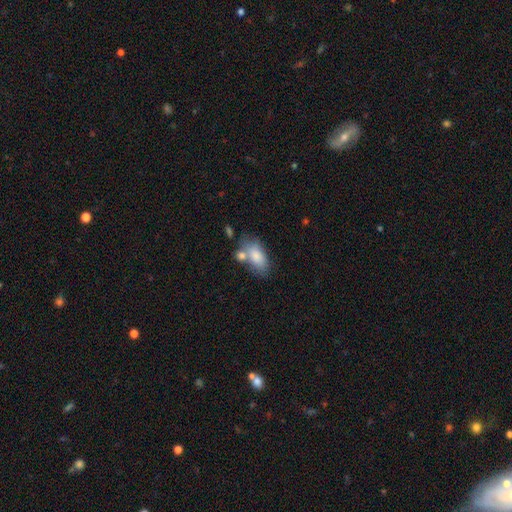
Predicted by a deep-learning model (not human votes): The model was most divided on "merging": none: 48%, merger: 27%, minor disturbance: 18%, major disturbance: 7%. More confident: how rounded — in between (91%); smooth or featured — smooth (82%).